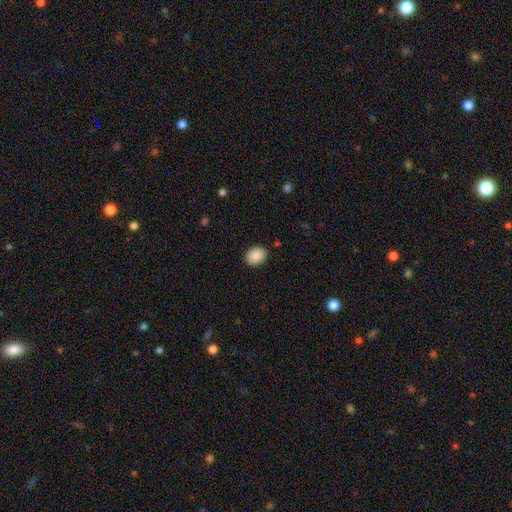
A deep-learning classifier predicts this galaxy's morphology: Smooth or featured?
  - smooth: 90% *
  - star or artifact: 7%
  - featured or disk: 3%
How rounded?
  - in between: 67% *
  - round: 32%
  - cigar-shaped: 1%
Merging?
  - none: 88% *
  - minor disturbance: 8%
  - major disturbance: 2%
  - merger: 1%